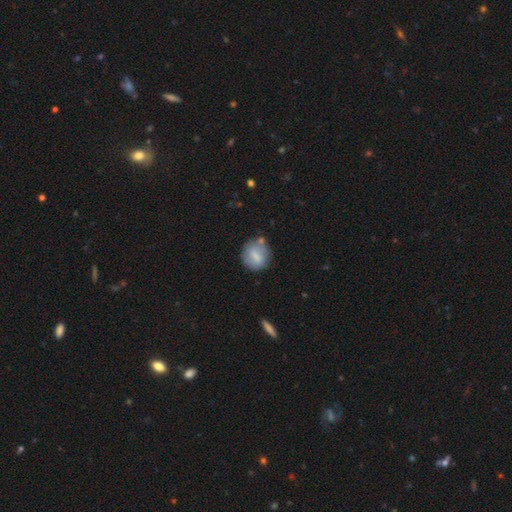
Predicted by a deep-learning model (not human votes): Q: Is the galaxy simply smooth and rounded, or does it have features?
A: smooth — 70%.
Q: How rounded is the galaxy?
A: round — 77%.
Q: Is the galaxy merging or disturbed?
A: none — 69%.